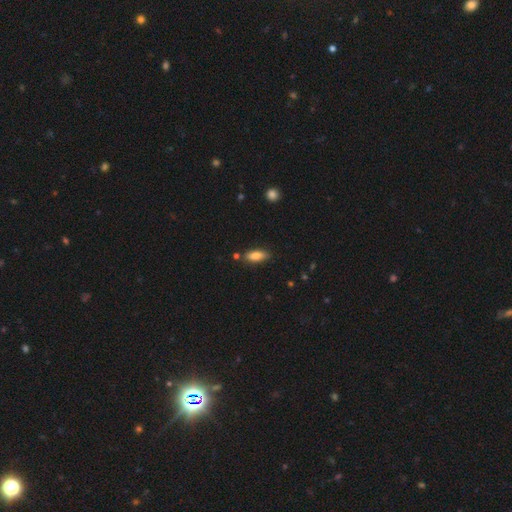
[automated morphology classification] Smooth or featured? smooth (81%)
How rounded? in between (72%)
Merging? none (80%)